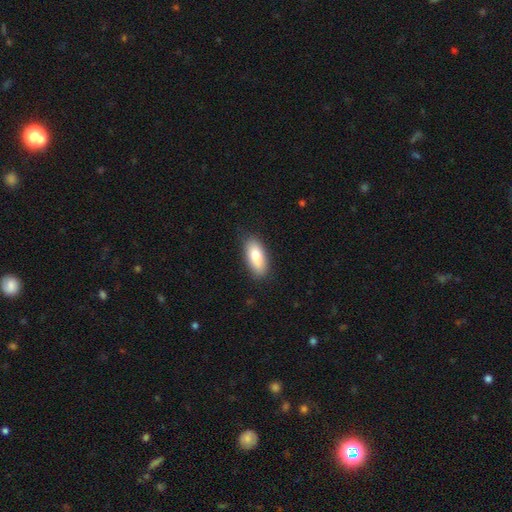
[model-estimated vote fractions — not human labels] Morphology: type=smooth (82%); roundness=in between (81%); merging=none (82%).